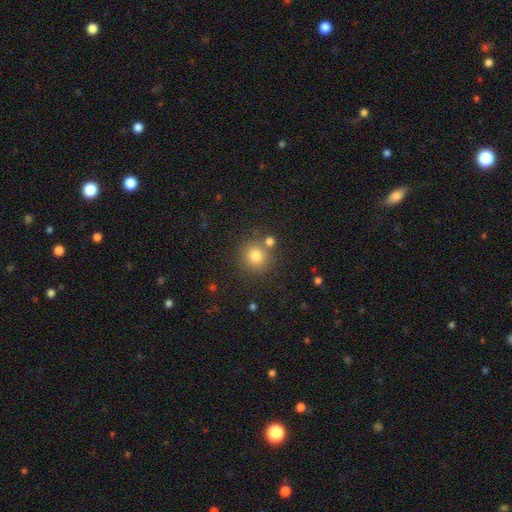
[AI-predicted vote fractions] Morphology: type=smooth (80%); roundness=round (93%); merging=none (75%).